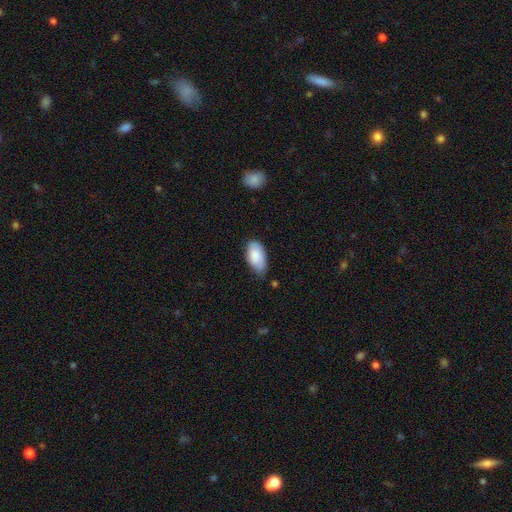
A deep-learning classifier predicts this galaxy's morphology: Smooth or featured?
  - smooth: 83% *
  - featured or disk: 11%
  - star or artifact: 6%
How rounded?
  - in between: 95% *
  - round: 3%
  - cigar-shaped: 3%
Merging?
  - none: 56% *
  - minor disturbance: 36%
  - major disturbance: 6%
  - merger: 2%